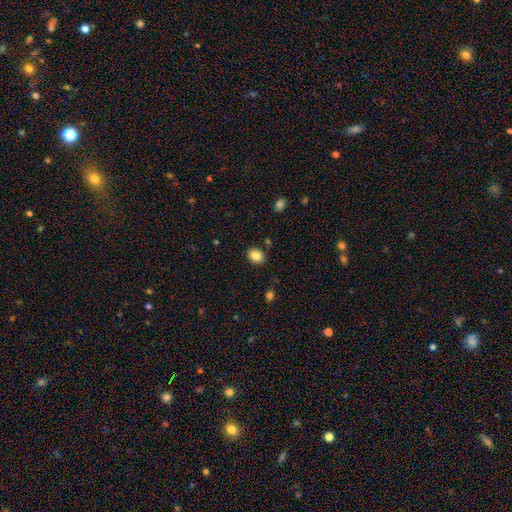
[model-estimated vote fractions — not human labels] A smooth galaxy with no disk features (84%) that is round (53%). Merging: none (88%).